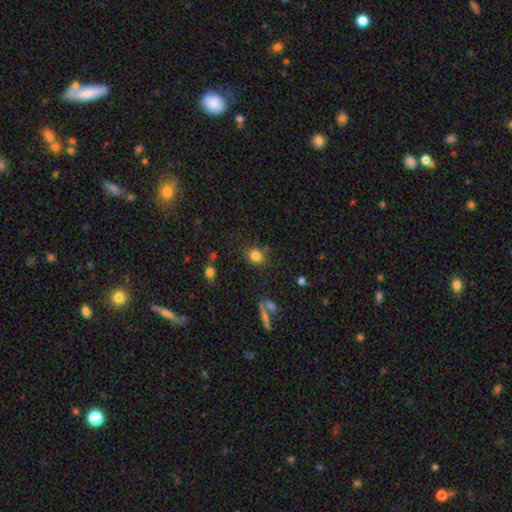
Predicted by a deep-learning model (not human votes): Morphology: type=smooth (81%); roundness=round (55%); merging=none (77%).